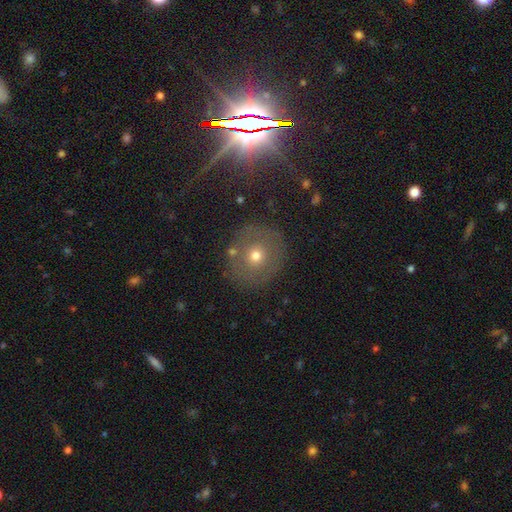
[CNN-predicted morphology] Smooth or featured? Predicted: smooth (p=0.62). How rounded? Predicted: round (p=0.87). Merging? Predicted: none (p=0.81).